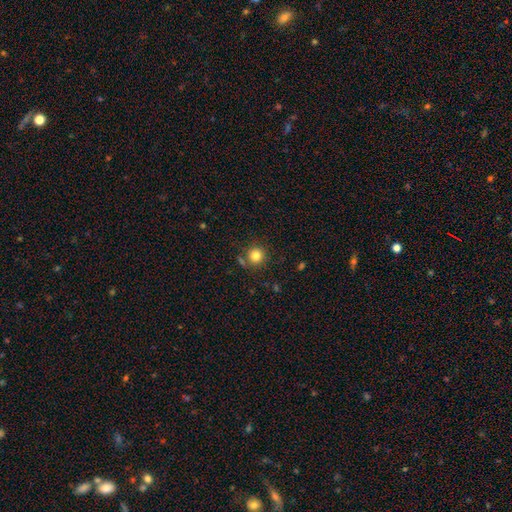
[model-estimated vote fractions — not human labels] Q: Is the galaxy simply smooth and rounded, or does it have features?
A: smooth — 81%.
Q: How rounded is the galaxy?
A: round — 93%.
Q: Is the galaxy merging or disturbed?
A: none — 81%.